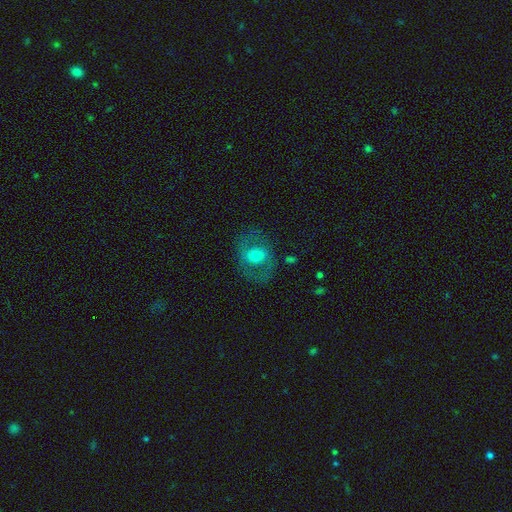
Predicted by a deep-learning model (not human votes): This appears to be a featured or disk galaxy (49%). Merging: none (73%).